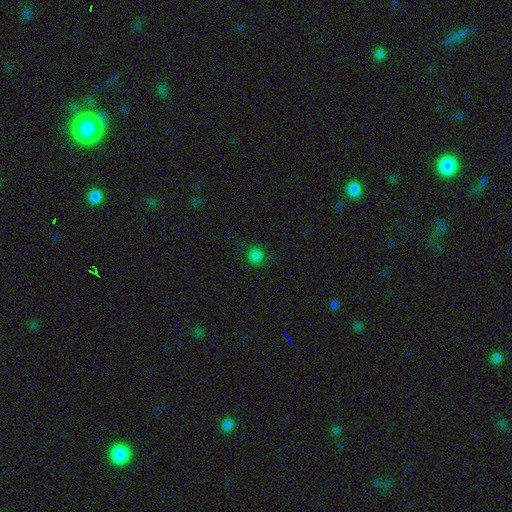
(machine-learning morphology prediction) Overall: smooth (79%). How rounded: round (87%). Merging: none (86%).